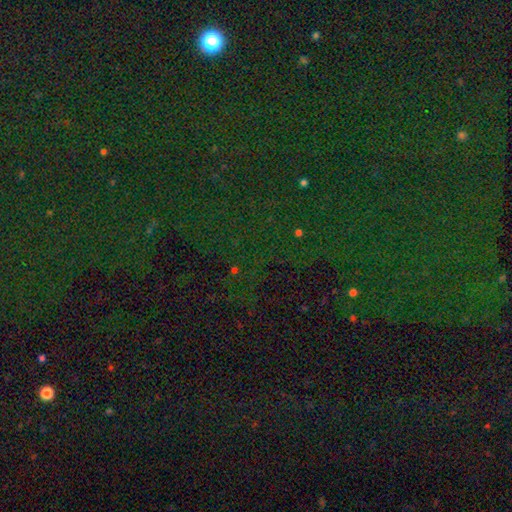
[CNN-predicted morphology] Smooth or featured?
  - star or artifact: 83% *
  - smooth: 10%
  - featured or disk: 7%